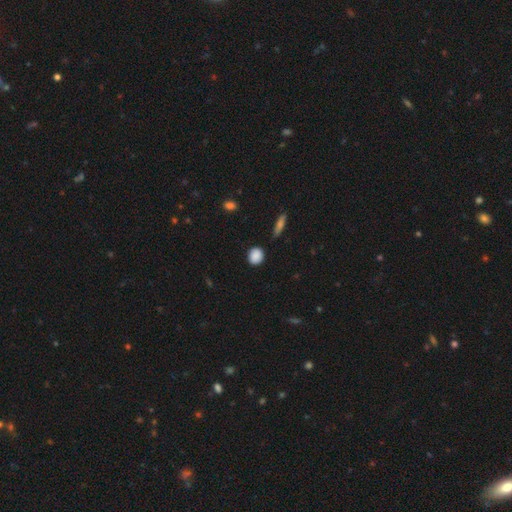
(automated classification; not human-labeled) Smooth or featured? Predicted: smooth (p=0.88). How rounded? Predicted: round (p=0.79). Merging? Predicted: none (p=0.87).